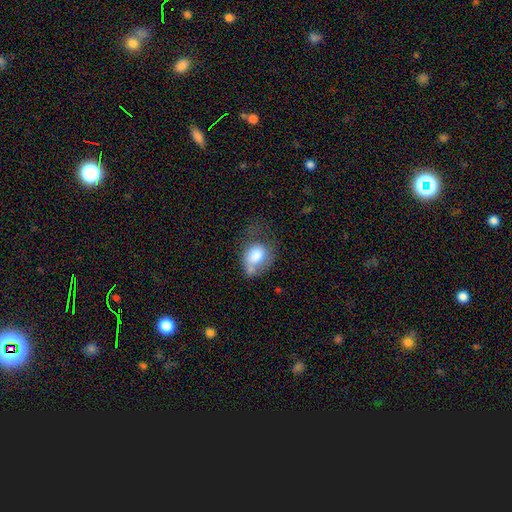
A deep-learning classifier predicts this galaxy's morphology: A smooth galaxy with no disk features (75%) that is in between round and cigar-shaped (63%).

Vote fractions:
- Smooth or featured? smooth: 75% / featured or disk: 17% / star or artifact: 8%
- How rounded? in between: 63% / round: 36% / cigar-shaped: 1%
- Merging? major disturbance: 31% / minor disturbance: 29% / none: 25% / merger: 16%